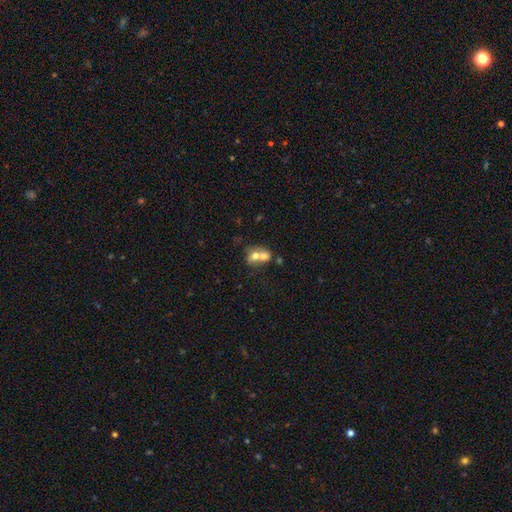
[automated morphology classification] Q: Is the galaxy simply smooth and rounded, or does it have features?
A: smooth — 66%.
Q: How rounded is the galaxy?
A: in between — 52%.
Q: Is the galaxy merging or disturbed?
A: merger — 71%.